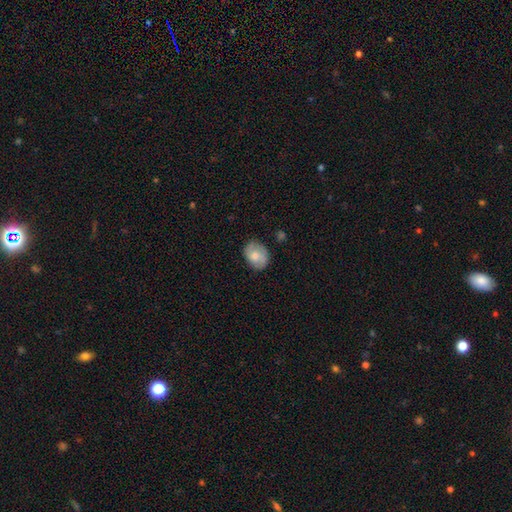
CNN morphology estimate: Smooth or featured? Predicted: smooth (p=0.66). How rounded? Predicted: in between (p=0.66). Merging? Predicted: none (p=0.74).